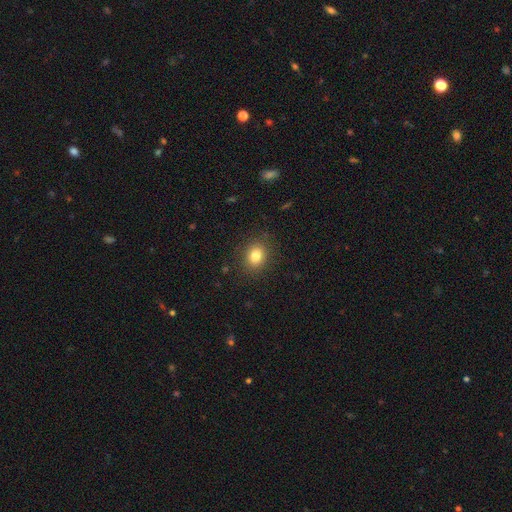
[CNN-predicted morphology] Smooth or featured?
  - smooth: 81% *
  - star or artifact: 11%
  - featured or disk: 7%
How rounded?
  - round: 59% *
  - in between: 40%
  - cigar-shaped: 1%
Merging?
  - none: 87% *
  - minor disturbance: 9%
  - major disturbance: 3%
  - merger: 1%